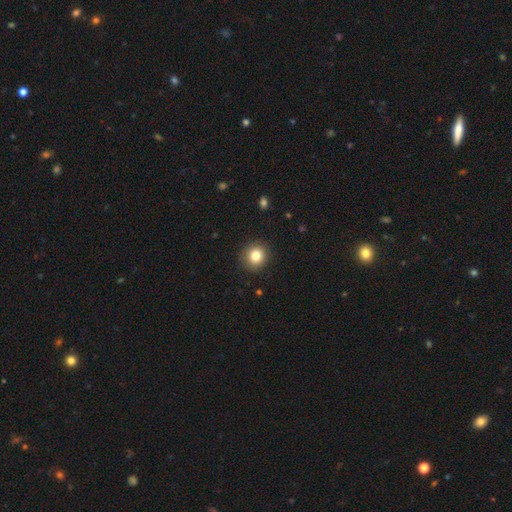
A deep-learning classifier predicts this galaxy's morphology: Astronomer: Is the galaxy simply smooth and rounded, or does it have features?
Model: smooth — 83%.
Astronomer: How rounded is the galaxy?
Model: round — 88%.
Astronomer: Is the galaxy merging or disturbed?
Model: none — 90%.